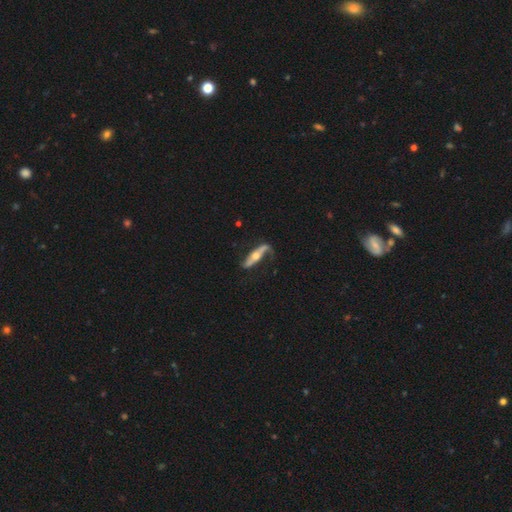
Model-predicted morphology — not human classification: A featured or disk galaxy (74%) viewed edge-on (52%).

Vote fractions:
- Smooth or featured? featured or disk: 74% / smooth: 21% / star or artifact: 5%
- Edge-on disk? yes: 52% / no: 48%
- Merging? none: 54% / minor disturbance: 24% / major disturbance: 19% / merger: 3%